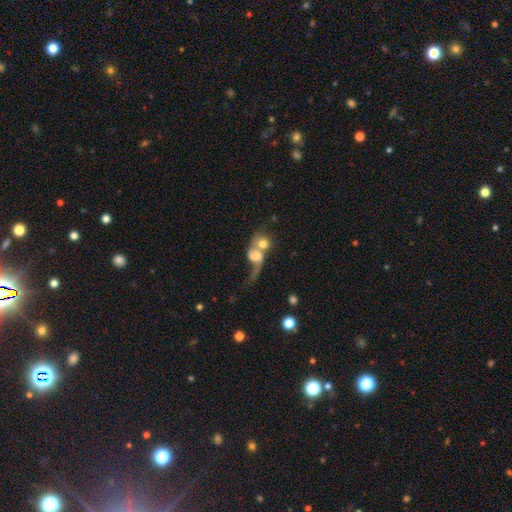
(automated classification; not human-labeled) Overall: smooth (48%; featured or disk 42%). Merging: merger (69%).